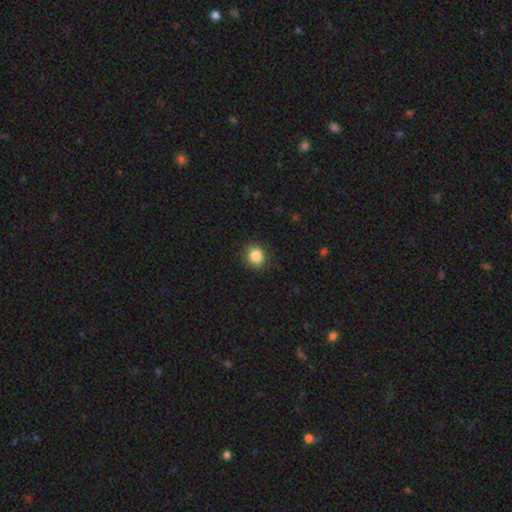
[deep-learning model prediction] A smooth galaxy with no disk features (85%) that is round (79%).

Vote fractions:
- Smooth or featured? smooth: 85% / star or artifact: 10% / featured or disk: 4%
- How rounded? round: 79% / in between: 21% / cigar-shaped: 1%
- Merging? none: 89% / minor disturbance: 7% / major disturbance: 2% / merger: 1%